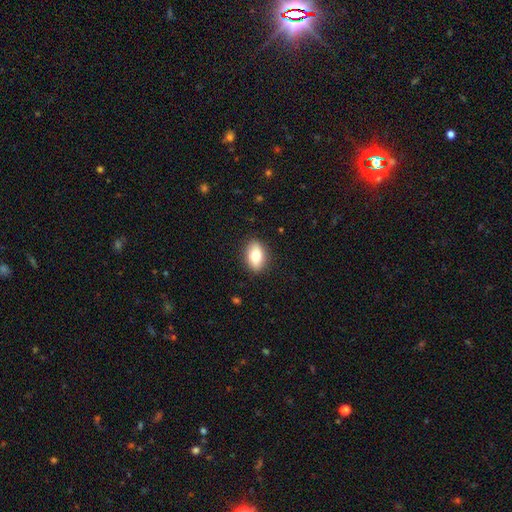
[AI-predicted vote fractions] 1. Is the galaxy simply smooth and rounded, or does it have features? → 76% smooth, 17% featured or disk, 8% star or artifact.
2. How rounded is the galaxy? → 85% in between, 13% round, 3% cigar-shaped.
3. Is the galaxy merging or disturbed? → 88% none, 9% minor disturbance, 2% major disturbance, 1% merger.